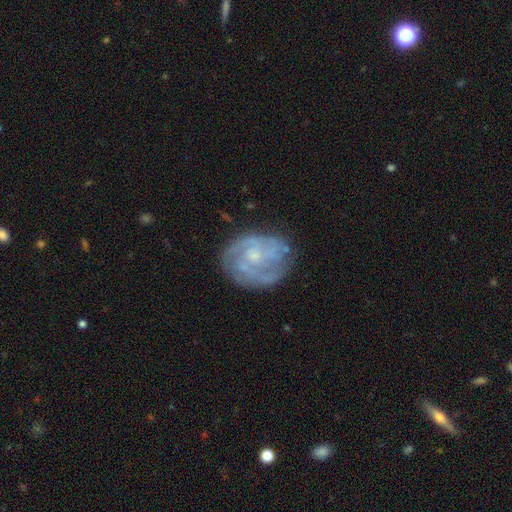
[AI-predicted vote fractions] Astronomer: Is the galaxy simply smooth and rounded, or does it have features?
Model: featured or disk — 79%.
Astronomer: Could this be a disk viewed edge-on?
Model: no — 98%.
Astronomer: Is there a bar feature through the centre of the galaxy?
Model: no — 67%.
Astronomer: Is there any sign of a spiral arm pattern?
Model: yes — 87%.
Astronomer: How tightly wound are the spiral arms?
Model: tight — 54% (runner-up: medium, 36%).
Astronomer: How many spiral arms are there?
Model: can't tell — 33% (runner-up: 2, 27%).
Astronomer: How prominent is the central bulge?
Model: small — 57%.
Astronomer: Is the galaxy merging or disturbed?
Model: none — 72%.